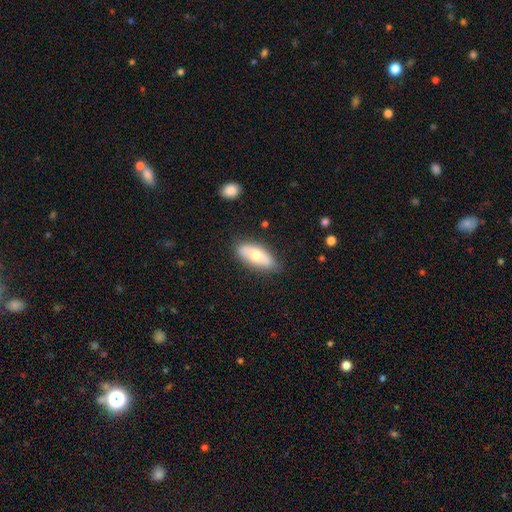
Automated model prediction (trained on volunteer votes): Q: Smooth or featured?
A: smooth (67%); runner-up: featured or disk (27%)
Q: How rounded?
A: in between (84%); runner-up: cigar-shaped (13%)
Q: Merging?
A: none (76%); runner-up: minor disturbance (18%)